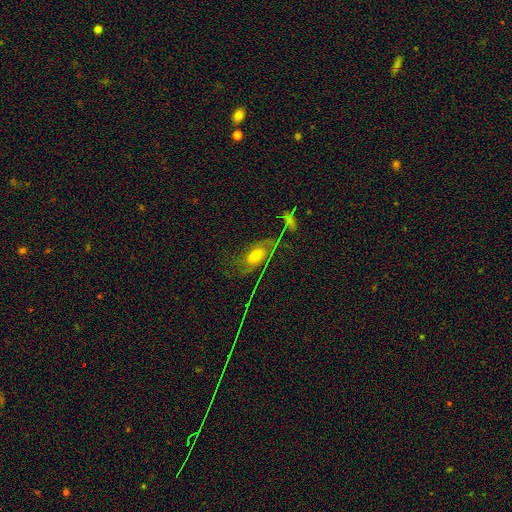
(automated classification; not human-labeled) This is possibly a featured or disk galaxy (56%). It is clearly not viewed edge-on (90%). Bar: likely no (76%). Spiral arm pattern: likely yes (77%). Central bulge: likely moderate (63%). Merging: possibly none (56%).